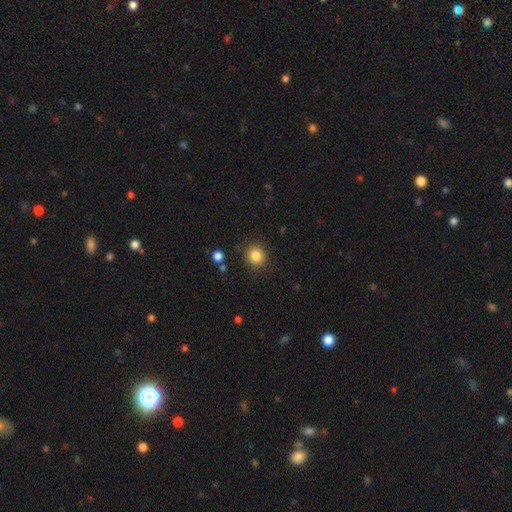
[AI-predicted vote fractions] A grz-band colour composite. It shows a smooth galaxy with no disk features (85%) that is round (88%). Merging: none (88%).